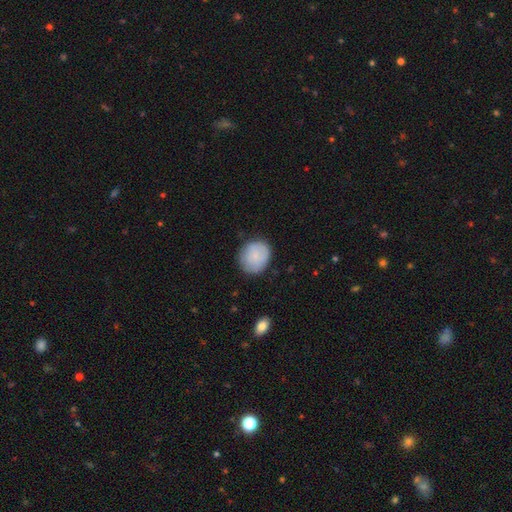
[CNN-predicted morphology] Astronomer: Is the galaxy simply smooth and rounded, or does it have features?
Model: smooth — 82%.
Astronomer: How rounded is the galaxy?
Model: round — 77%.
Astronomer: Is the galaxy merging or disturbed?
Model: none — 79%.